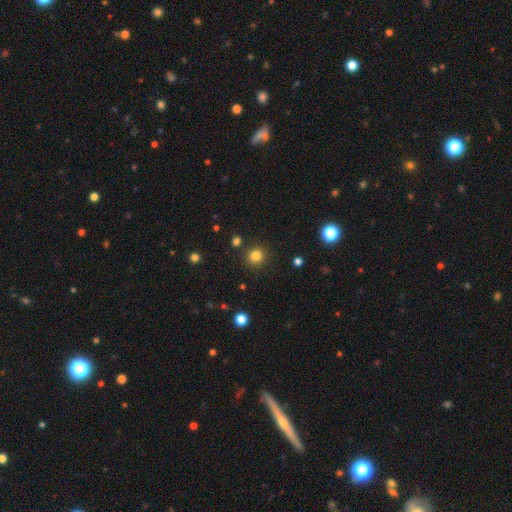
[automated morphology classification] A smooth galaxy with no disk features (82%) that is round (92%). Merging: none (90%).